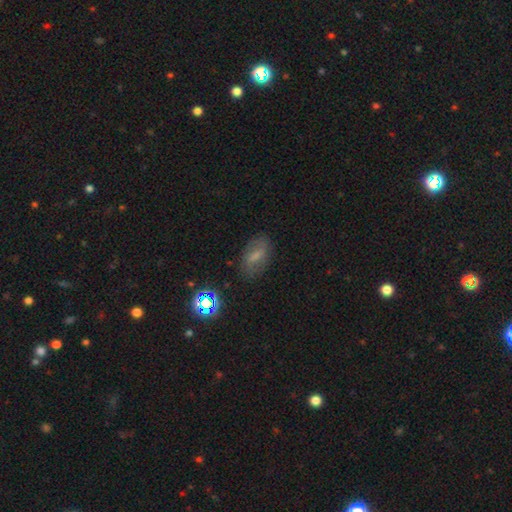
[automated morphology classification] Q: Smooth or featured?
A: smooth (52%); runner-up: featured or disk (33%)
Q: How rounded?
A: in between (85%); runner-up: round (9%)
Q: Merging?
A: none (75%); runner-up: minor disturbance (17%)